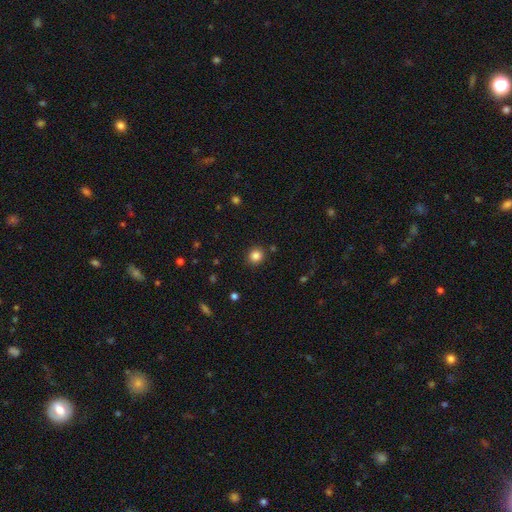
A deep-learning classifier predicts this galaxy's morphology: Q: Smooth or featured?
A: smooth (84%); runner-up: star or artifact (12%)
Q: How rounded?
A: round (87%); runner-up: in between (12%)
Q: Merging?
A: none (88%); runner-up: minor disturbance (7%)